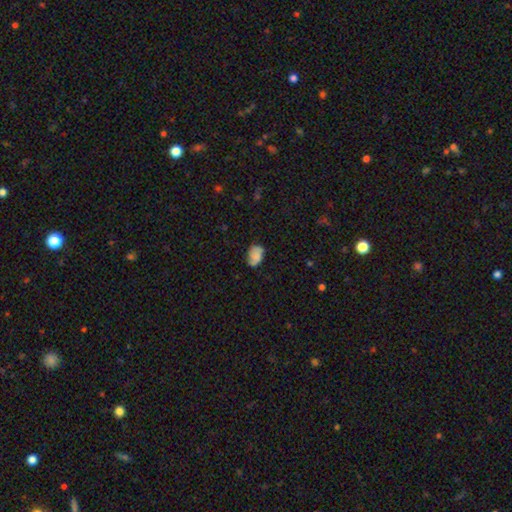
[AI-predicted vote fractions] smooth 68%, featured or disk 22%, star or artifact 11%. Down the decision tree: how rounded — in between (81%); merging — none (54%).